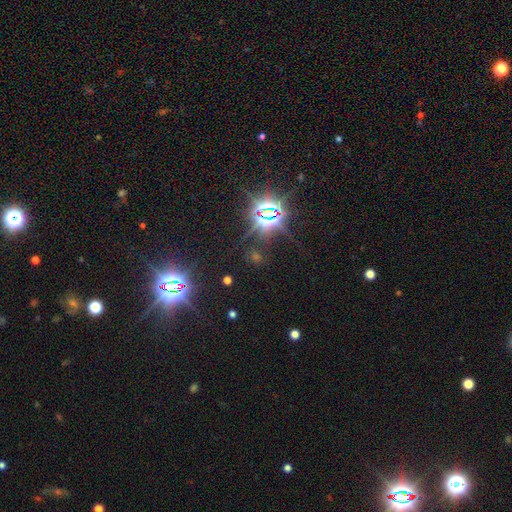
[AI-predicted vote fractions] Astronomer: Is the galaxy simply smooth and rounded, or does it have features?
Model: star or artifact — 81%.